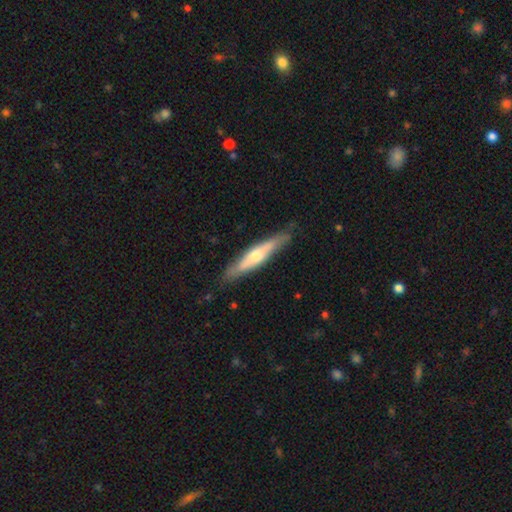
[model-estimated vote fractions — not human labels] A featured or disk galaxy (57%) viewed edge-on (85%). Merging: none (82%).